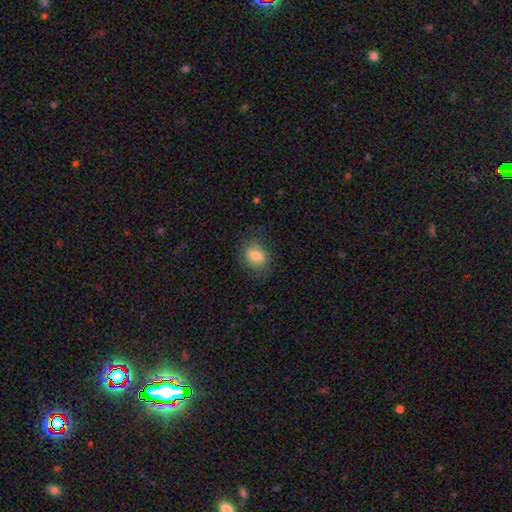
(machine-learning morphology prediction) smooth 75%, featured or disk 16%, star or artifact 9%. Down the decision tree: how rounded — round (50%); merging — none (78%).